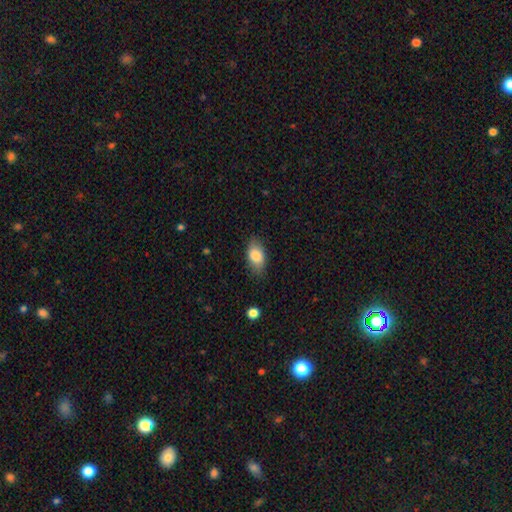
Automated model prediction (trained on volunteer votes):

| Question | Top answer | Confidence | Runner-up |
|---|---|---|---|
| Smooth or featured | smooth | 82% | featured or disk (11%) |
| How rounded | in between | 91% | round (6%) |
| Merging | none | 80% | minor disturbance (16%) |